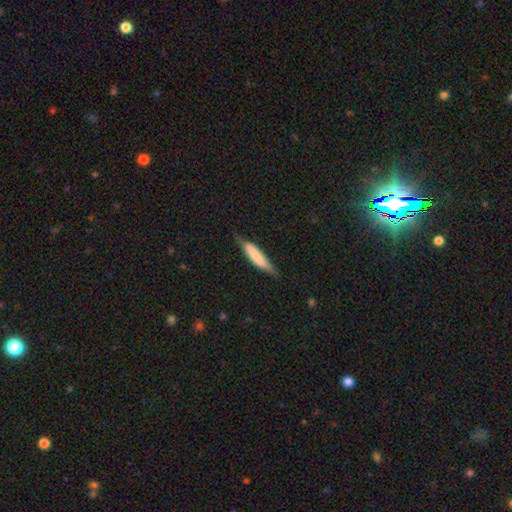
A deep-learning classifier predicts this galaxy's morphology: Smooth or featured: smooth — 67% (featured or disk — 27%)
How rounded: cigar-shaped — 78% (in between — 20%)
Merging: none — 67% (minor disturbance — 26%)